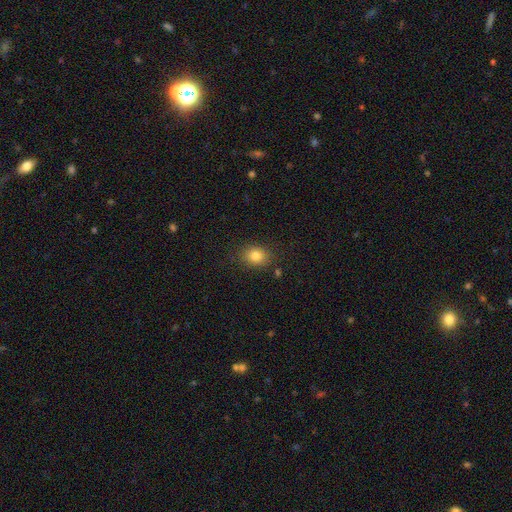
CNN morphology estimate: A smooth galaxy with no disk features (83%) that is in between round and cigar-shaped (55%). Merging: none (84%).